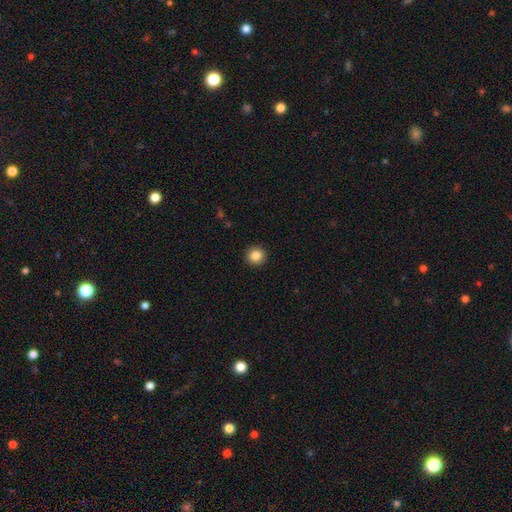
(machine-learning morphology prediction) Smooth or featured? smooth (85%)
How rounded? round (93%)
Merging? none (93%)